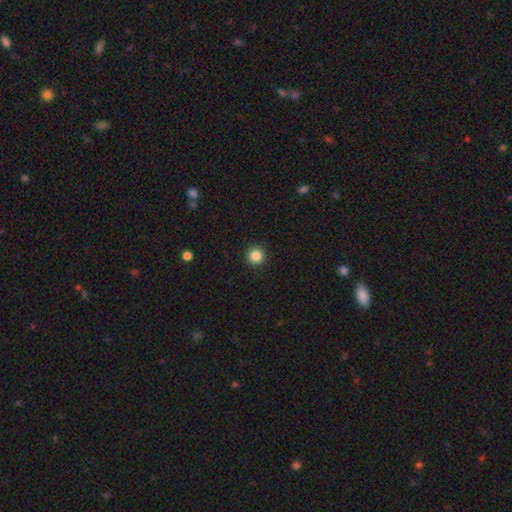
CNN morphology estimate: smooth_or_featured: smooth (p=0.86) [alt: star or artifact p=0.11]
how_rounded: round (p=0.96) [alt: in between p=0.03]
merging: none (p=0.93) [alt: minor disturbance p=0.04]